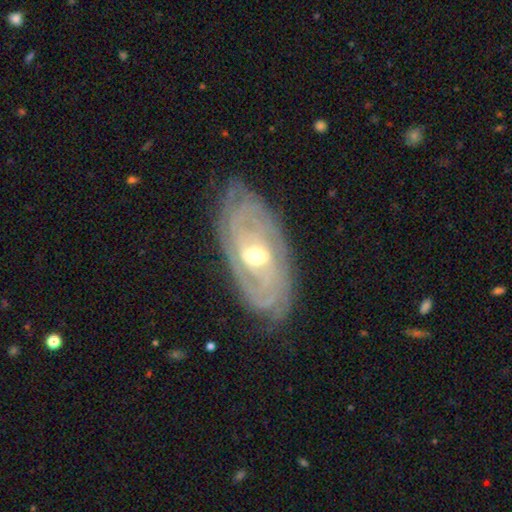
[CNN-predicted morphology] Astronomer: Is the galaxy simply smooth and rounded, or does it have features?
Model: featured or disk — 85%.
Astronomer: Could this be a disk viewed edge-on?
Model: no — 92%.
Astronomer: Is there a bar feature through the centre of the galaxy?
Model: weak — 45% (runner-up: no, 33%).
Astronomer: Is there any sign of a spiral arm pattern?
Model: yes — 91%.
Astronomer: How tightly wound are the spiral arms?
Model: tight — 75%.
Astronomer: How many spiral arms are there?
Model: can't tell — 43% (runner-up: 2, 22%).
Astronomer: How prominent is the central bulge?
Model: moderate — 64%.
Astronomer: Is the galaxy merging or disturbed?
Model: none — 77%.